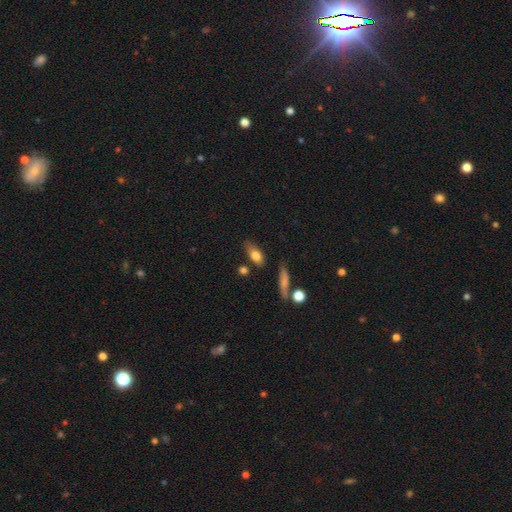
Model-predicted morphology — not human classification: Q: Smooth or featured?
A: smooth (75%); runner-up: featured or disk (17%)
Q: How rounded?
A: in between (77%); runner-up: cigar-shaped (17%)
Q: Merging?
A: none (71%); runner-up: minor disturbance (18%)